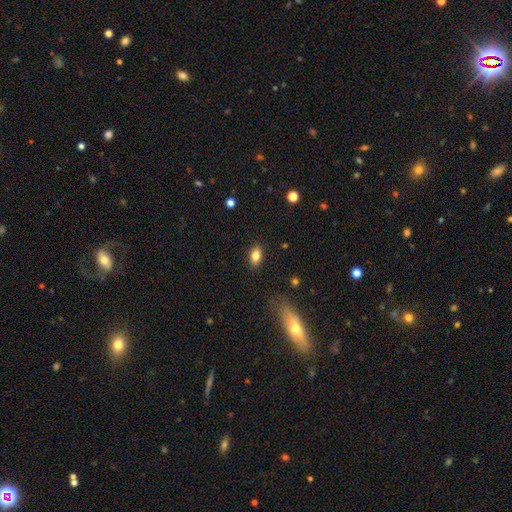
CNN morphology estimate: Smooth or featured?
  - smooth: 82% *
  - featured or disk: 10%
  - star or artifact: 9%
How rounded?
  - in between: 86% *
  - round: 10%
  - cigar-shaped: 3%
Merging?
  - none: 87% *
  - minor disturbance: 9%
  - major disturbance: 2%
  - merger: 1%